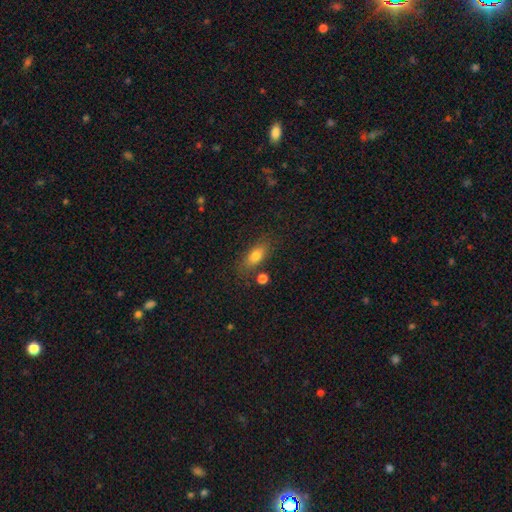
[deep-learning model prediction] Smooth or featured? Predicted: smooth (p=0.78). How rounded? Predicted: in between (p=0.79). Merging? Predicted: none (p=0.74).